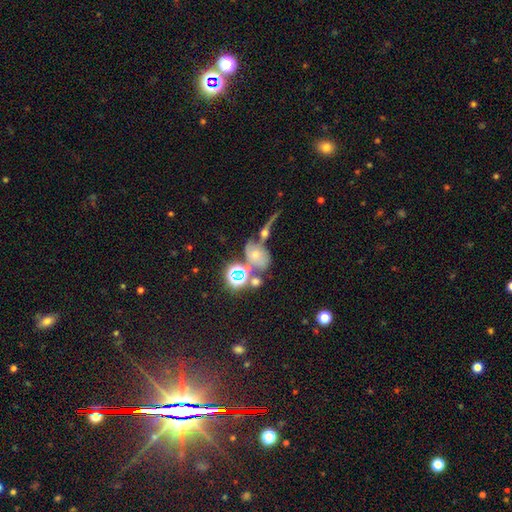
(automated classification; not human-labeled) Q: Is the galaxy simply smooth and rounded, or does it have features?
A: smooth — 46%.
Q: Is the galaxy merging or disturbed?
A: merger — 39%.